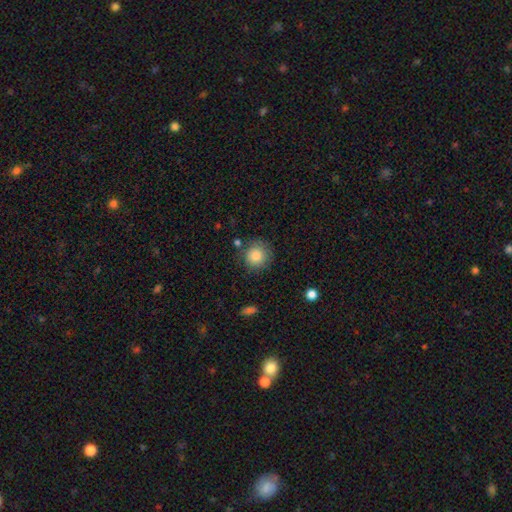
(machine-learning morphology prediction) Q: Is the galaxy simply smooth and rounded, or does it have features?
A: smooth — 83%.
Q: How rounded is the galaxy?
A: round — 92%.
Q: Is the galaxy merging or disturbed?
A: none — 80%.